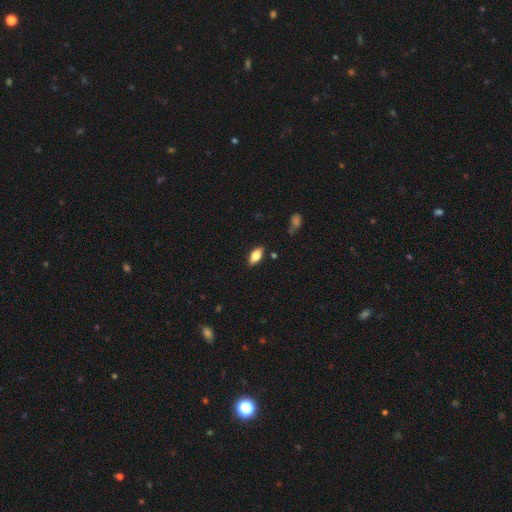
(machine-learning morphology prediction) The model was most divided on "smooth or featured": smooth: 78%, featured or disk: 14%, star or artifact: 7%. More confident: how rounded — in between (89%); merging — none (85%).